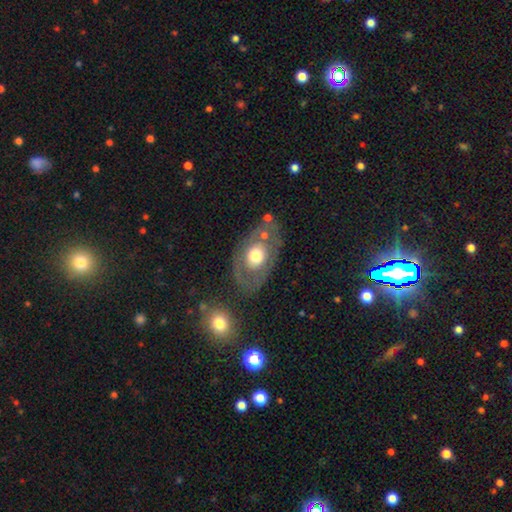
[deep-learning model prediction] This appears to be a featured or disk galaxy (47%). Merging: none (68%).